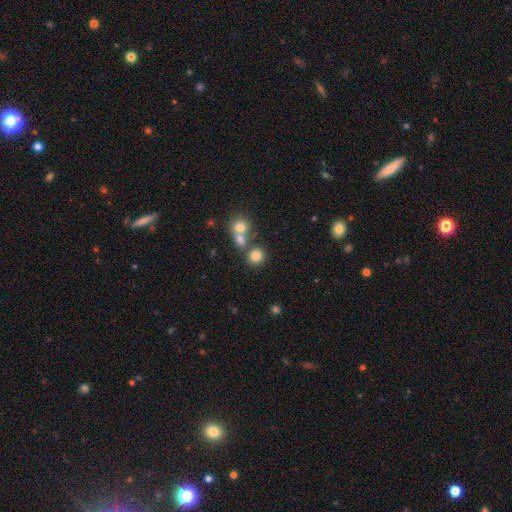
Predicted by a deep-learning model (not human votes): Smooth or featured? smooth (78%)
How rounded? round (89%)
Merging? none (67%)